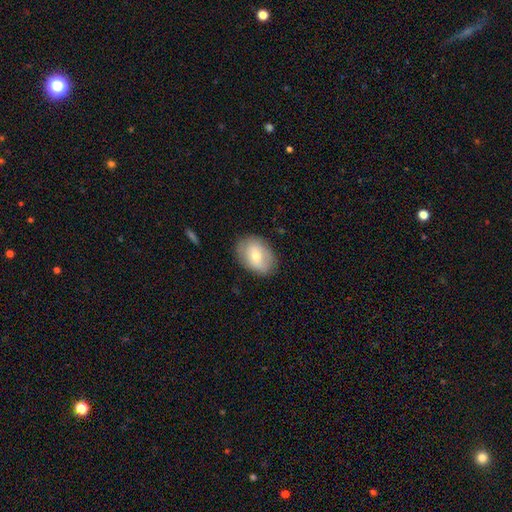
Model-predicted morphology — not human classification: Smooth or featured? Predicted: smooth (p=0.60). How rounded? Predicted: in between (p=0.75). Merging? Predicted: none (p=0.79).